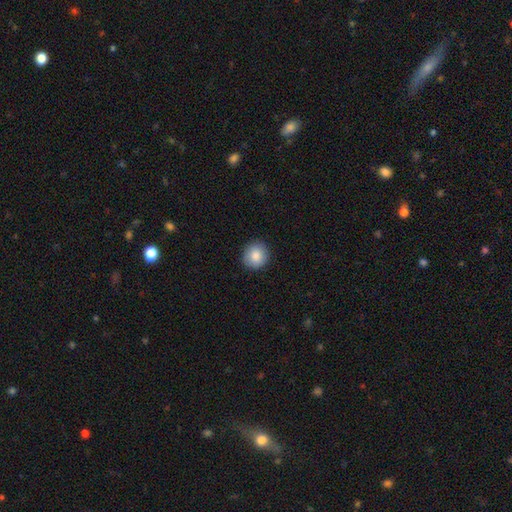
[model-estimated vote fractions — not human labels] Smooth or featured?
  - smooth: 86% *
  - star or artifact: 8%
  - featured or disk: 6%
How rounded?
  - round: 88% *
  - in between: 11%
  - cigar-shaped: 1%
Merging?
  - none: 90% *
  - minor disturbance: 7%
  - major disturbance: 2%
  - merger: 1%